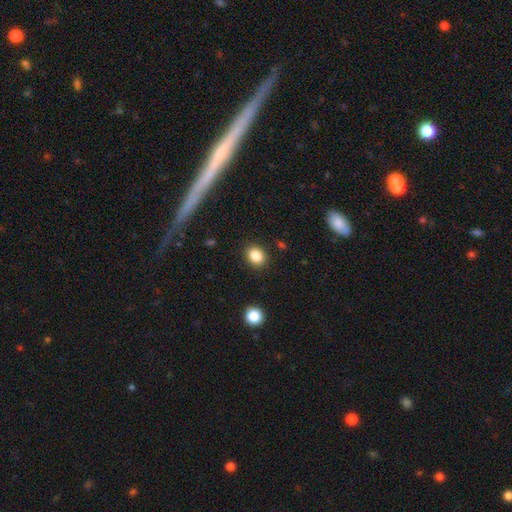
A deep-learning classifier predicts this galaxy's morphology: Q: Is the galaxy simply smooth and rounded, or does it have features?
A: smooth — 86%.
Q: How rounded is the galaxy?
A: round — 60%.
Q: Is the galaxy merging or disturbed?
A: none — 88%.